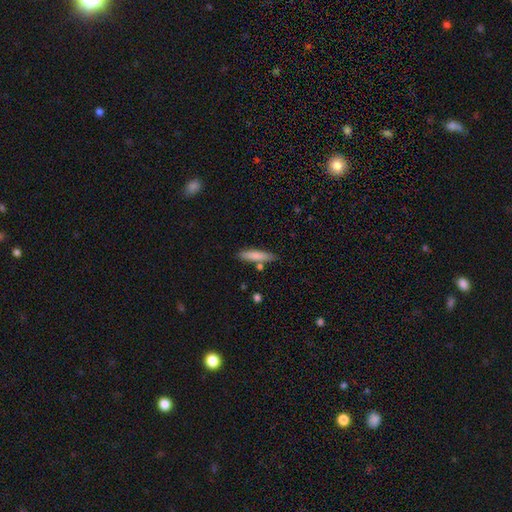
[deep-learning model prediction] Smooth or featured?
  - smooth: 79% *
  - featured or disk: 15%
  - star or artifact: 6%
How rounded?
  - cigar-shaped: 80% *
  - in between: 18%
  - round: 2%
Merging?
  - none: 79% *
  - minor disturbance: 12%
  - merger: 6%
  - major disturbance: 3%